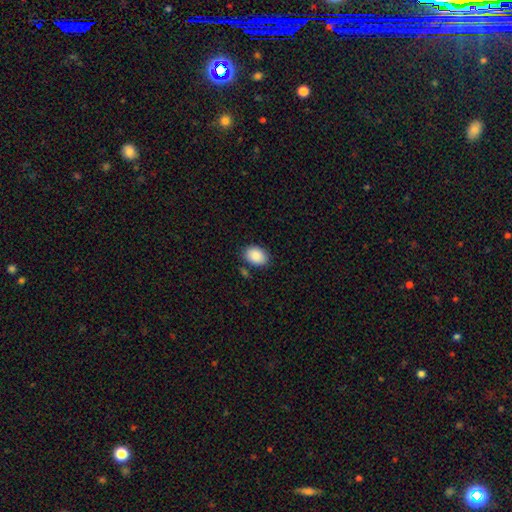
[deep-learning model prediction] This appears to be a smooth galaxy with no disk features (90%) that is in between round and cigar-shaped (78%). Merging: none (81%).